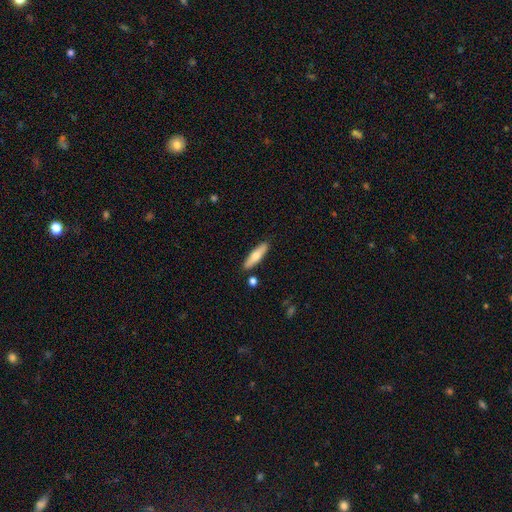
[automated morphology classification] Q: Smooth or featured?
A: smooth (63%); runner-up: featured or disk (31%)
Q: How rounded?
A: cigar-shaped (69%); runner-up: in between (29%)
Q: Merging?
A: none (86%); runner-up: minor disturbance (9%)